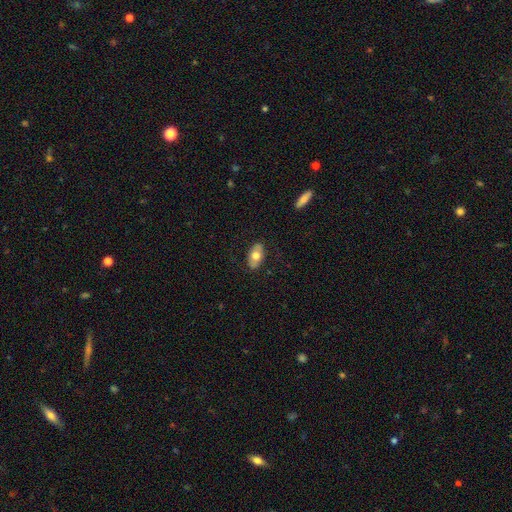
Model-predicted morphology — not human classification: Smooth or featured?
  - smooth: 65% *
  - featured or disk: 29%
  - star or artifact: 6%
How rounded?
  - in between: 92% *
  - round: 5%
  - cigar-shaped: 3%
Merging?
  - none: 84% *
  - minor disturbance: 12%
  - major disturbance: 3%
  - merger: 1%